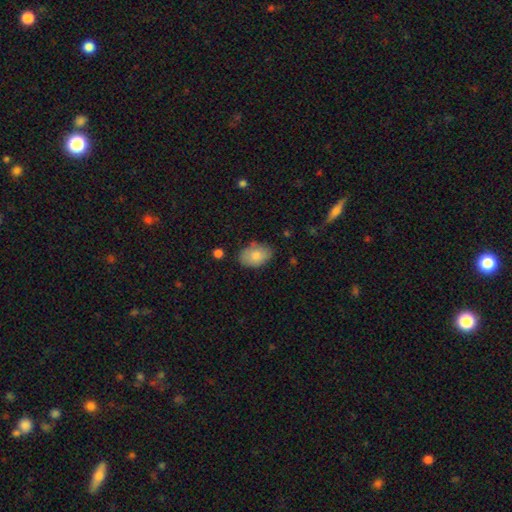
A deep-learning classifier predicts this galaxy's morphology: Smooth or featured? Predicted: smooth (p=0.81). How rounded? Predicted: in between (p=0.86). Merging? Predicted: none (p=0.75).